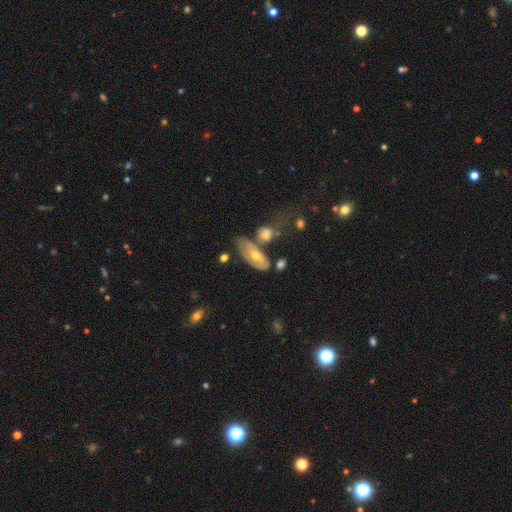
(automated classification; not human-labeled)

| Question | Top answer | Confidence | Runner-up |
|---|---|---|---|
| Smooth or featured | featured or disk | 50% | smooth (42%) |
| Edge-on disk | no | 77% | yes (23%) |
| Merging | none | 43% | minor disturbance (23%) |